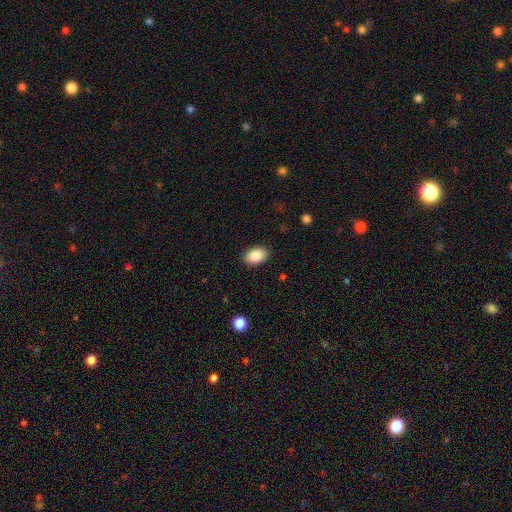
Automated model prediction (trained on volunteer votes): A smooth galaxy with no disk features (87%) that is in between round and cigar-shaped (88%). Merging: none (88%).